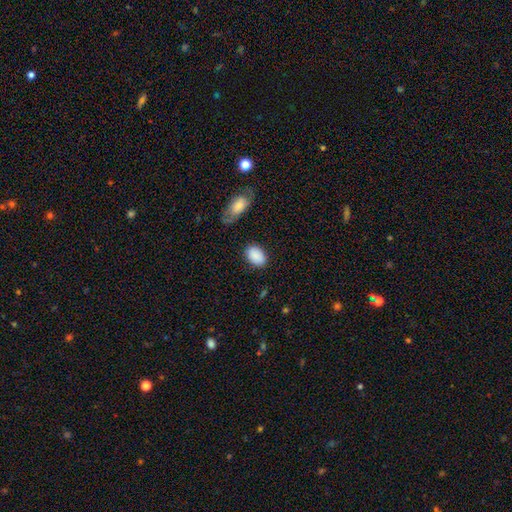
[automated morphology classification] This appears to be a smooth galaxy with no disk features (88%) that is in between round and cigar-shaped (87%). Merging: none (80%).